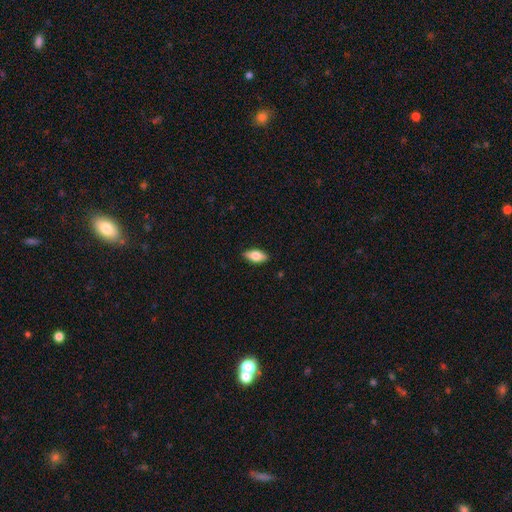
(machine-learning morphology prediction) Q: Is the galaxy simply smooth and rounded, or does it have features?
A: smooth — 73%.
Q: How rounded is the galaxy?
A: in between — 85%.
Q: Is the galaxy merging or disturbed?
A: none — 88%.